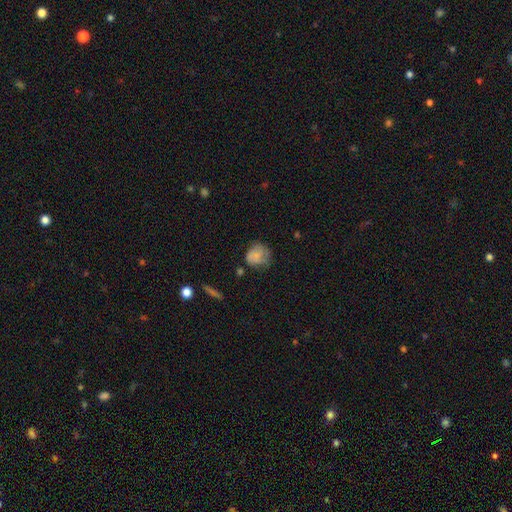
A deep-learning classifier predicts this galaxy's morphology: Smooth or featured?
  - smooth: 73% *
  - featured or disk: 18%
  - star or artifact: 9%
How rounded?
  - round: 70% *
  - in between: 29%
  - cigar-shaped: 1%
Merging?
  - none: 51% *
  - minor disturbance: 32%
  - major disturbance: 14%
  - merger: 3%